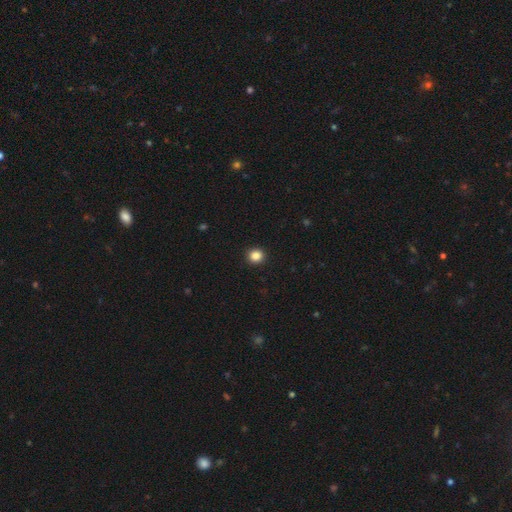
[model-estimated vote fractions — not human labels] A smooth galaxy with no disk features (86%) that is round (91%).

Vote fractions:
- Smooth or featured? smooth: 86% / star or artifact: 11% / featured or disk: 3%
- How rounded? round: 91% / in between: 8% / cigar-shaped: 1%
- Merging? none: 93% / minor disturbance: 4% / major disturbance: 1% / merger: 1%